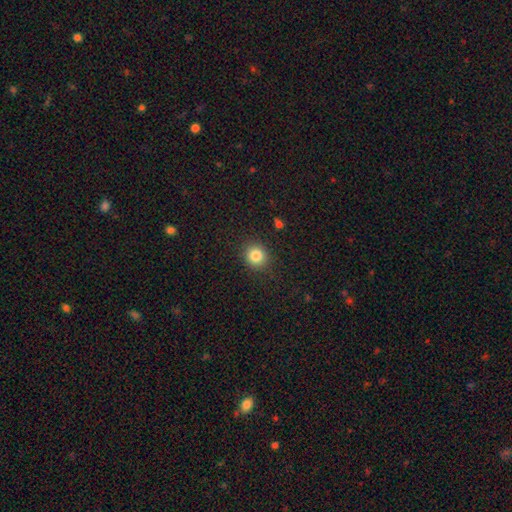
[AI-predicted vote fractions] Q: Smooth or featured?
A: smooth (84%); runner-up: star or artifact (11%)
Q: How rounded?
A: round (87%); runner-up: in between (12%)
Q: Merging?
A: none (89%); runner-up: minor disturbance (7%)